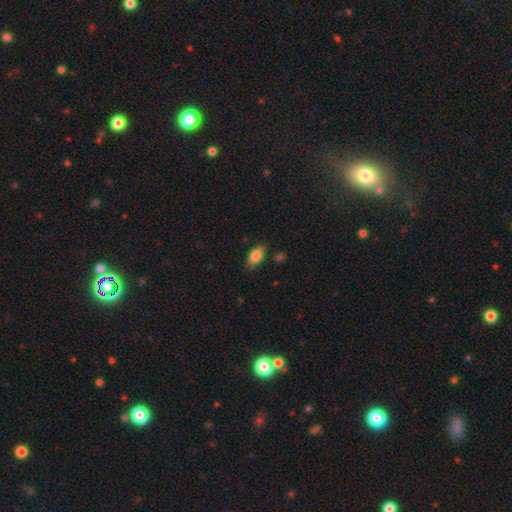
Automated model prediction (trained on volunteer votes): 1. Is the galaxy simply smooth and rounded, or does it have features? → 84% smooth, 8% featured or disk, 8% star or artifact.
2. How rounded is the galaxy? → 89% in between, 6% round, 5% cigar-shaped.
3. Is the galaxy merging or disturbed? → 75% none, 19% minor disturbance, 4% major disturbance, 2% merger.